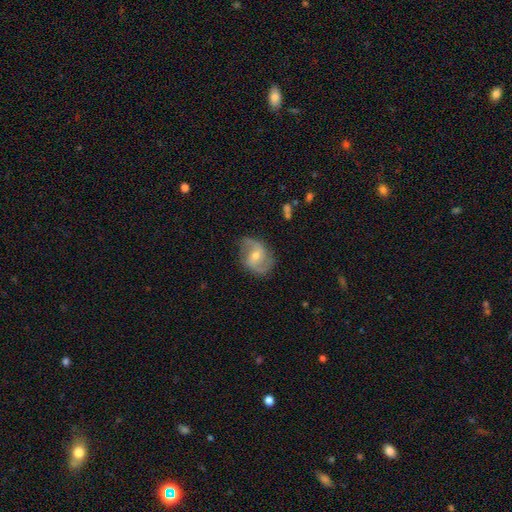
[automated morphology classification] smooth-or-featured: featured or disk: 80% | smooth: 14% | star or artifact: 6%
  disk-edge-on: no: 97% | yes: 3%
    bar: weak: 47% | no: 37% | strong: 16%
    has-spiral-arms: yes: 94% | no: 6%
      spiral-winding: medium: 48% | loose: 35% | tight: 16%
      spiral-arm-count: 2: 89% | can't tell: 5% | 1: 2% | 3: 2% | 4: 1% | more than 4: 1%
    bulge-size: moderate: 52% | small: 44% | large: 2% | none: 2% | dominant: 1%
  merging: none: 75% | minor disturbance: 18% | major disturbance: 6% | merger: 1%